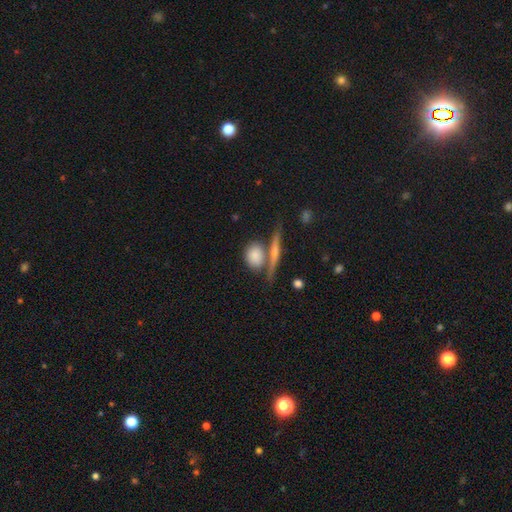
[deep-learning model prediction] The model was most divided on "how rounded": round: 53%, in between: 39%, cigar-shaped: 8%. More confident: smooth or featured — smooth (77%); merging — none (54%).